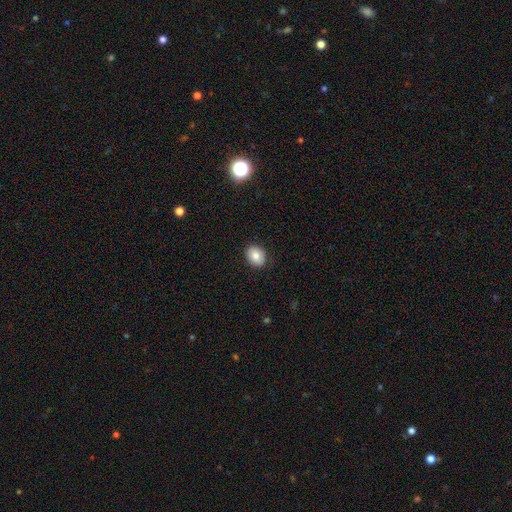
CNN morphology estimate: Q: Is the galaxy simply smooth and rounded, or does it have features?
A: smooth — 80%.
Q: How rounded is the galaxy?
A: in between — 52%.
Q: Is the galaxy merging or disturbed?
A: none — 86%.